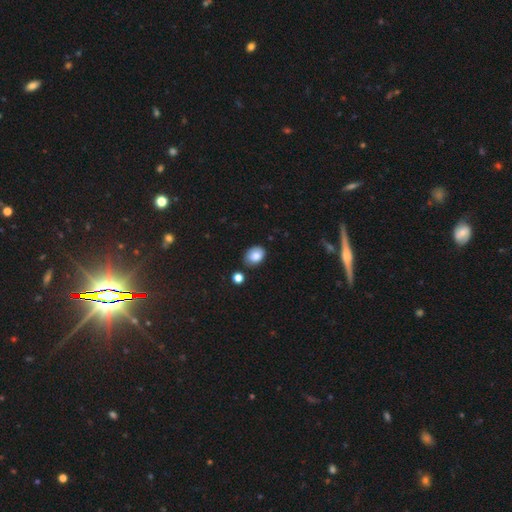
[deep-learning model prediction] smooth 83%, star or artifact 8%, featured or disk 8%. Down the decision tree: how rounded — in between (74%); merging — none (72%).